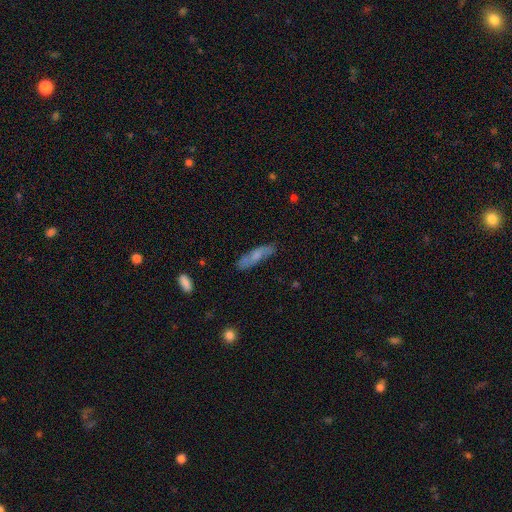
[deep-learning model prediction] The model was most divided on "smooth or featured": smooth: 58%, featured or disk: 35%, star or artifact: 7%. More confident: merging — none (77%); how rounded — cigar-shaped (69%).